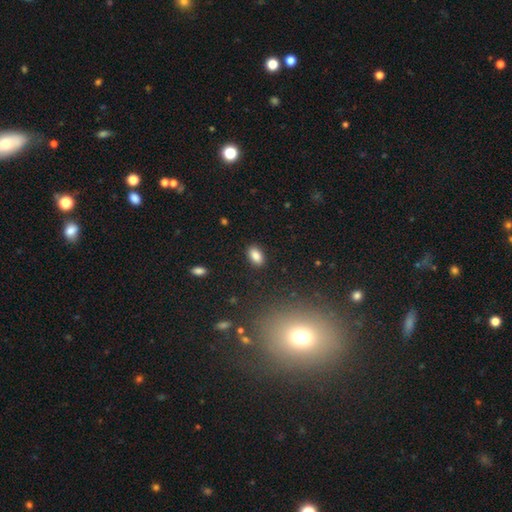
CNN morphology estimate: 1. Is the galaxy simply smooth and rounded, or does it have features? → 85% smooth, 9% star or artifact, 6% featured or disk.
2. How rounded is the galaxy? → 91% in between, 7% round, 2% cigar-shaped.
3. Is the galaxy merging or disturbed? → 88% none, 9% minor disturbance, 2% major disturbance, 1% merger.